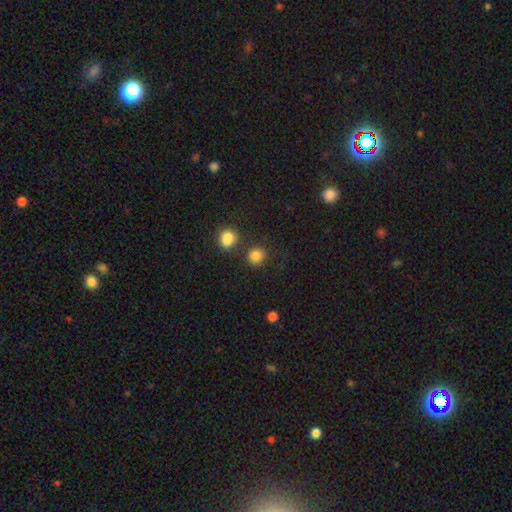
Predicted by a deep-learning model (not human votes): smooth-or-featured: smooth: 84% | star or artifact: 12% | featured or disk: 4%
  how-rounded: round: 87% | in between: 12% | cigar-shaped: 1%
  merging: none: 79% | merger: 10% | minor disturbance: 8% | major disturbance: 3%